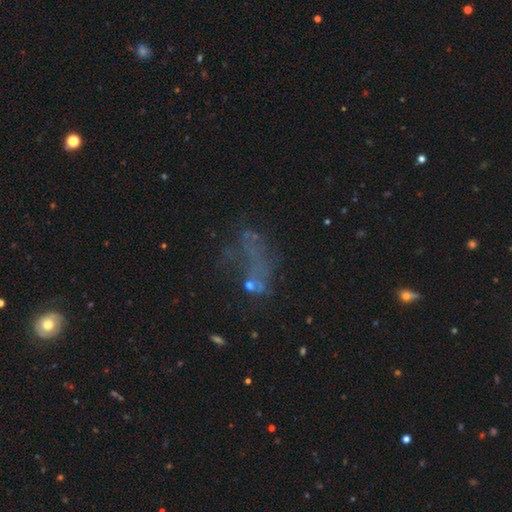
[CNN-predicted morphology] A star or artifact, not a galaxy (40%).

Vote fractions:
- Smooth or featured? star or artifact: 40% / smooth: 30% / featured or disk: 30%